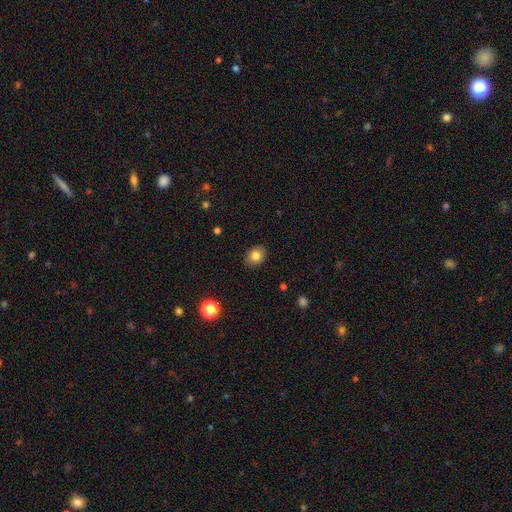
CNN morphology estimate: smooth 81%, star or artifact 10%, featured or disk 9%. Down the decision tree: how rounded — in between (54%); merging — none (88%).